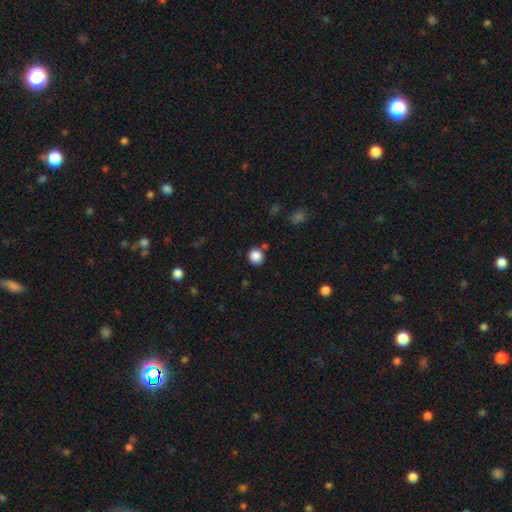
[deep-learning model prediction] A smooth galaxy with no disk features (86%) that is round (90%).

Vote fractions:
- Smooth or featured? smooth: 86% / star or artifact: 10% / featured or disk: 4%
- How rounded? round: 90% / in between: 9% / cigar-shaped: 1%
- Merging? none: 83% / minor disturbance: 8% / merger: 6% / major disturbance: 3%